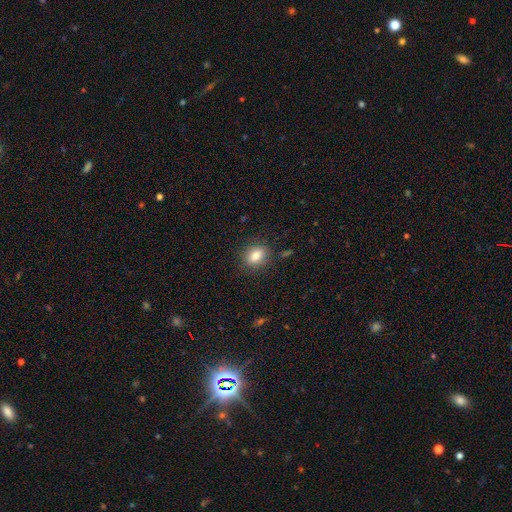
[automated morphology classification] Smooth or featured? Predicted: smooth (p=0.83). How rounded? Predicted: in between (p=0.56). Merging? Predicted: none (p=0.86).